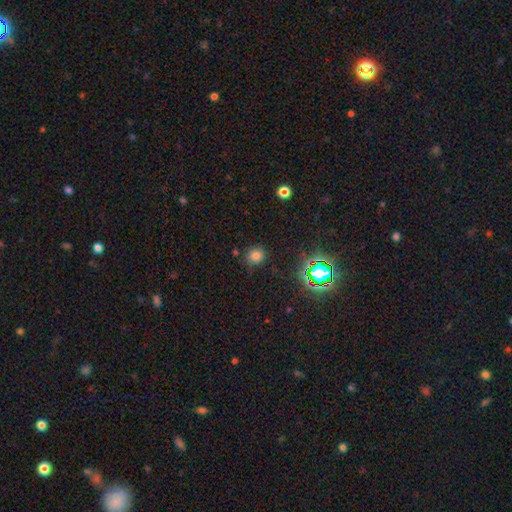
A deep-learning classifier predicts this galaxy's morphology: A smooth galaxy with no disk features (72%) that is round (82%). Merging: none (81%).